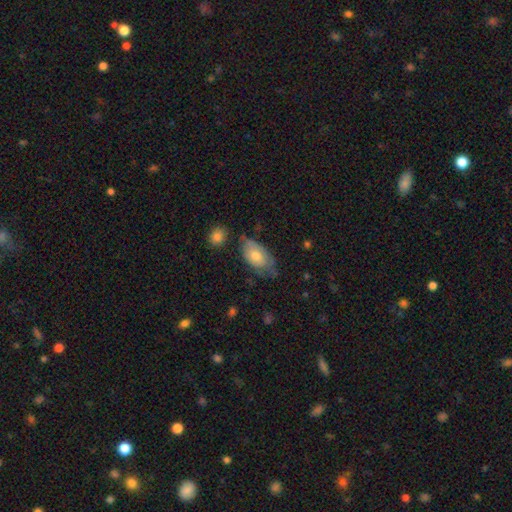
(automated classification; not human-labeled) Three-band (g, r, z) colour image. It shows a smooth galaxy with no disk features (64%) that is in between round and cigar-shaped (92%). Merging: none (51%).